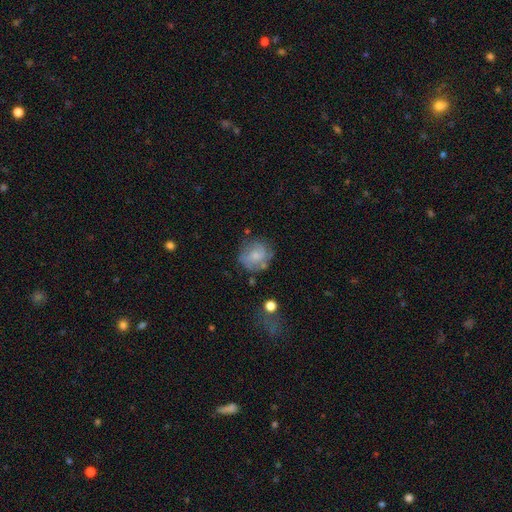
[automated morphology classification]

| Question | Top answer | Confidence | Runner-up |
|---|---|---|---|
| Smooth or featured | smooth | 47% | featured or disk (45%) |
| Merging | none | 59% | minor disturbance (24%) |